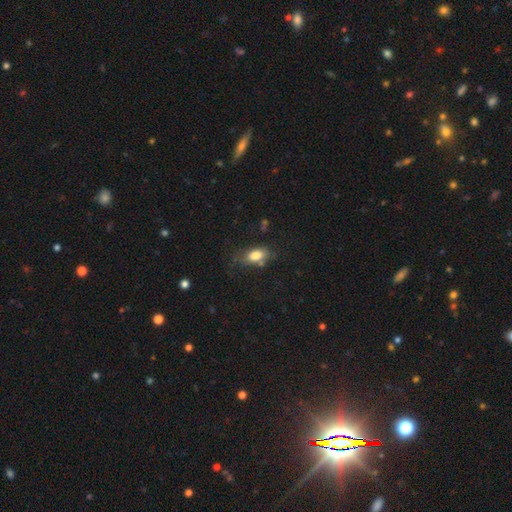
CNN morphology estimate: The model was most divided on "merging": none: 61%, minor disturbance: 24%, major disturbance: 8%, merger: 7%. More confident: how rounded — in between (86%); smooth or featured — smooth (81%).